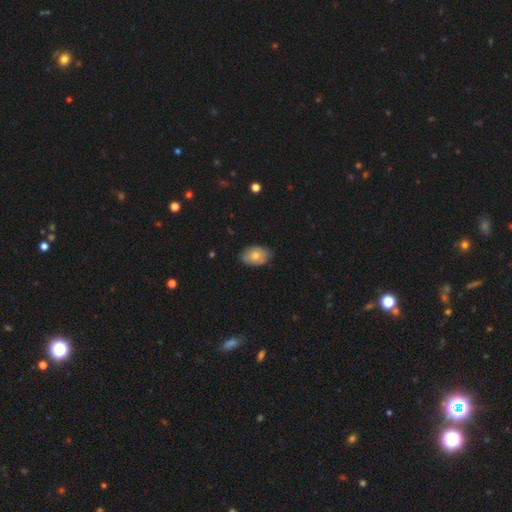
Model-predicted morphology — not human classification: This appears to be a smooth galaxy with no disk features (76%) that is in between round and cigar-shaped (87%). Merging: none (80%).